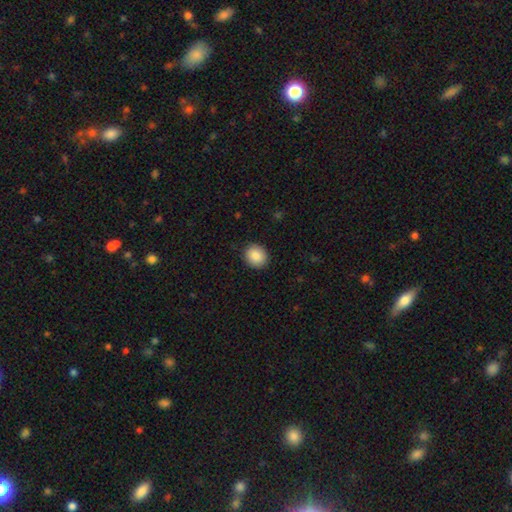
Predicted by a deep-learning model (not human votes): Q: Smooth or featured?
A: smooth (88%); runner-up: star or artifact (8%)
Q: How rounded?
A: round (73%); runner-up: in between (26%)
Q: Merging?
A: none (90%); runner-up: minor disturbance (7%)